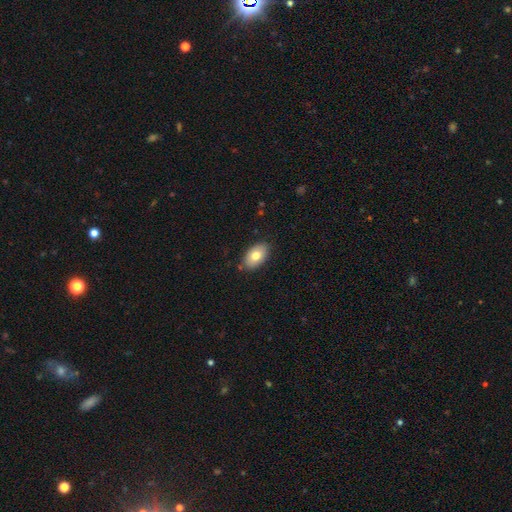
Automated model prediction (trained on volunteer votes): This appears to be a smooth galaxy with no disk features (75%) that is in between round and cigar-shaped (92%). Merging: none (85%).